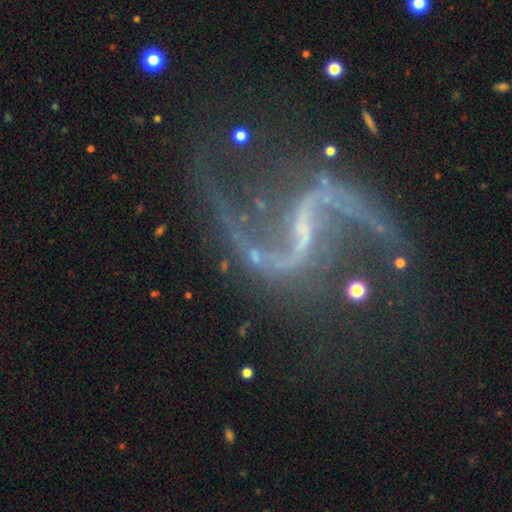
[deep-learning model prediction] The model was most divided on "bar": weak: 45%, strong: 34%, no: 21%. More confident: edge-on disk — no (98%); spiral arms — yes (98%); spiral arm count — 2 (94%); smooth or featured — featured or disk (92%); spiral winding — loose (85%); merging — none (62%); bulge size — small (52%).